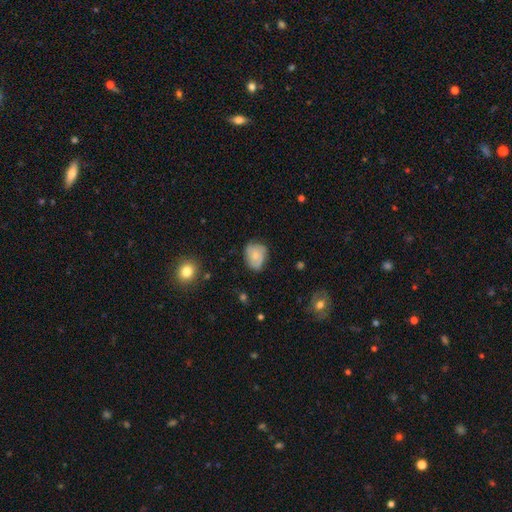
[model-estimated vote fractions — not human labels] This appears to be a smooth galaxy with no disk features (60%) that is in between round and cigar-shaped (58%). Merging: none (53%).